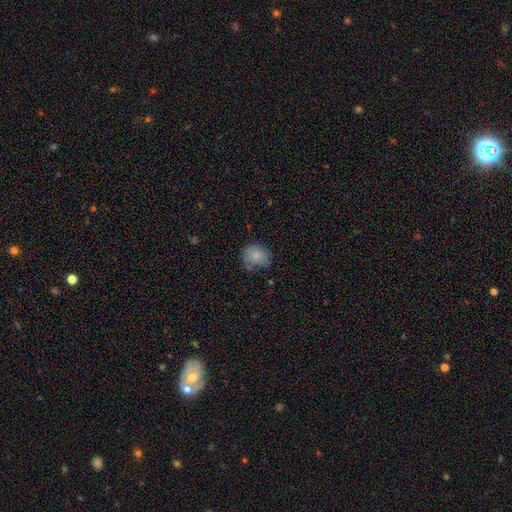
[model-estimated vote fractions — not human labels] This appears to be a smooth galaxy with no disk features (79%) that is round (66%). Merging: none (60%).